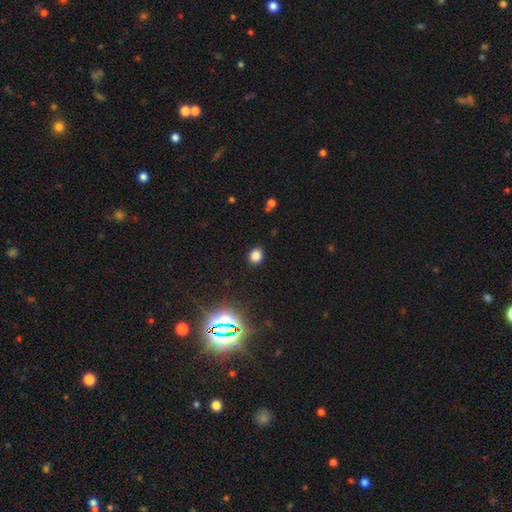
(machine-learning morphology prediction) Q: Smooth or featured?
A: smooth (81%); runner-up: star or artifact (15%)
Q: How rounded?
A: round (67%); runner-up: in between (32%)
Q: Merging?
A: none (89%); runner-up: minor disturbance (7%)